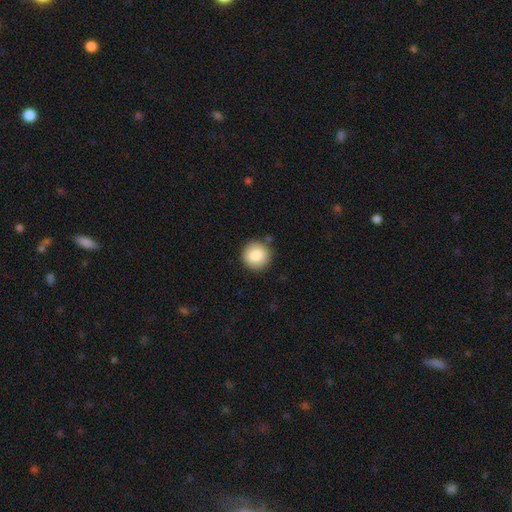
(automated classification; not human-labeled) Smooth or featured? Predicted: smooth (p=0.86). How rounded? Predicted: round (p=0.94). Merging? Predicted: none (p=0.88).